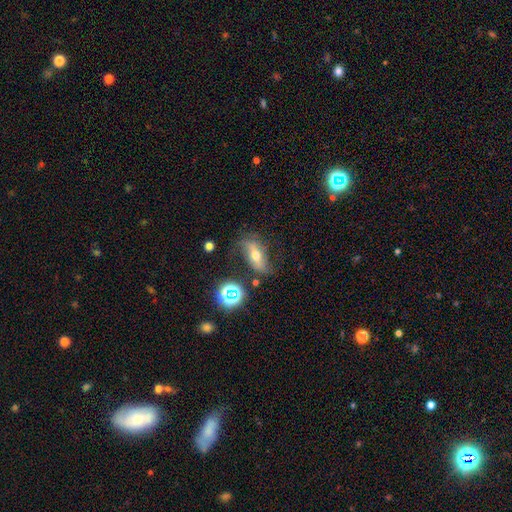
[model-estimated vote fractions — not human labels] Smooth or featured? featured or disk (52%)
Edge-on disk? no (70%)
Merging? none (60%)